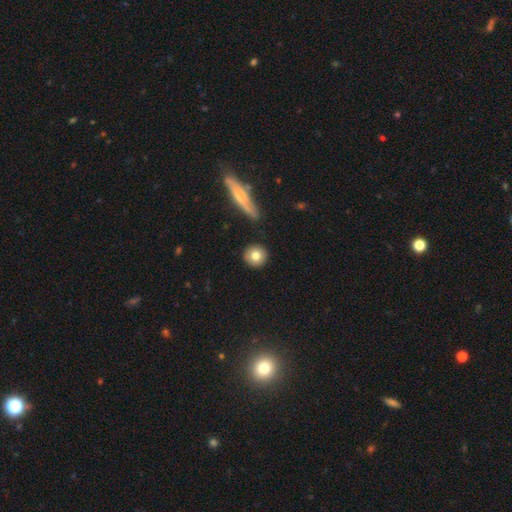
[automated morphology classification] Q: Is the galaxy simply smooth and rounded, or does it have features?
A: smooth — 79%.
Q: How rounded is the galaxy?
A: round — 93%.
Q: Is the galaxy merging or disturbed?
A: none — 89%.